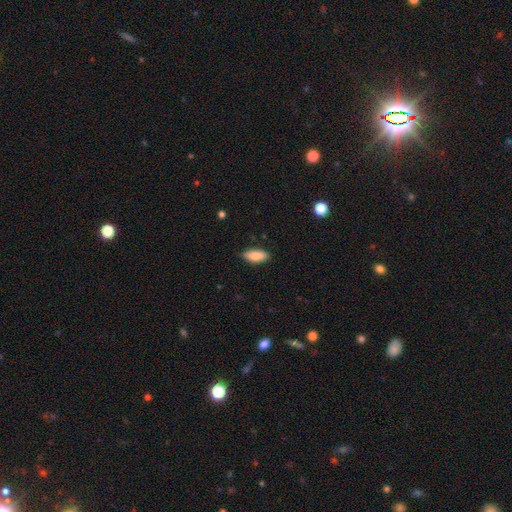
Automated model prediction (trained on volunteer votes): smooth 87%, featured or disk 7%, star or artifact 6%. Down the decision tree: how rounded — in between (86%); merging — none (84%).